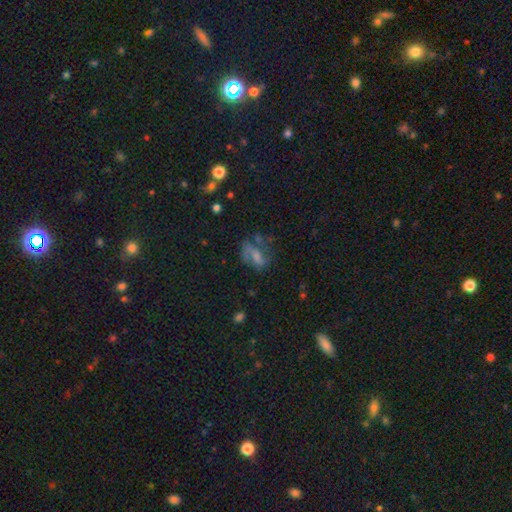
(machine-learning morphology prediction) smooth_or_featured: smooth (p=0.42) [tied with: featured or disk p=0.42]
merging: none (p=0.38) [alt: major disturbance p=0.32]